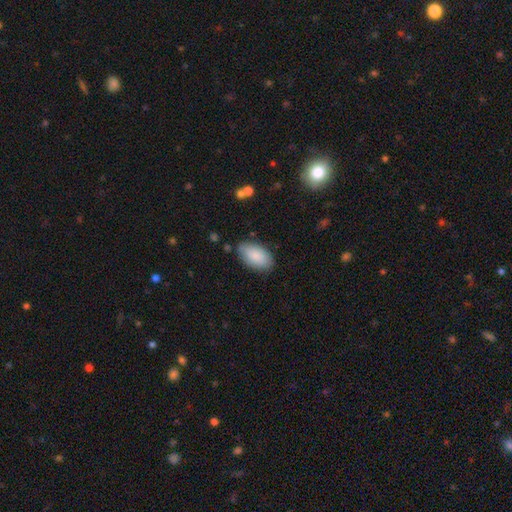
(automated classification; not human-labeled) smooth-or-featured: smooth: 87% | featured or disk: 7% | star or artifact: 6%
  how-rounded: in between: 95% | round: 3% | cigar-shaped: 2%
  merging: none: 80% | minor disturbance: 15% | major disturbance: 3% | merger: 2%